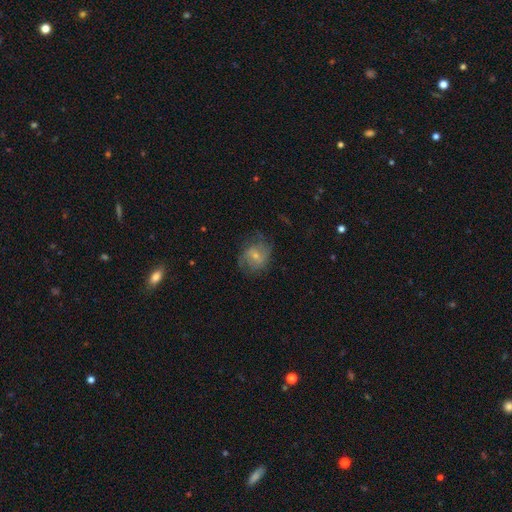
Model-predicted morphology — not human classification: Overall: featured or disk (52%; smooth 40%). Edge-on disk: no (97%). Bar: no (52%; weak 40%). Spiral arms: yes (78%). Bulge size: small (57%; moderate 36%). Merging: none (62%; minor disturbance 23%).